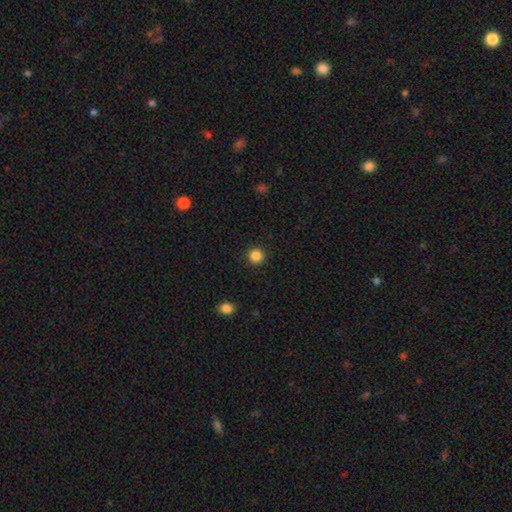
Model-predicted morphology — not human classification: Smooth or featured: smooth — 86% (star or artifact — 11%)
How rounded: round — 95% (in between — 4%)
Merging: none — 92% (minor disturbance — 5%)